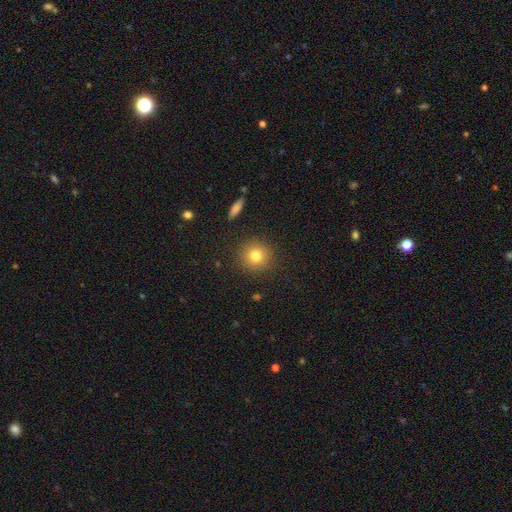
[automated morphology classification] Smooth or featured? Predicted: smooth (p=0.80). How rounded? Predicted: round (p=0.93). Merging? Predicted: none (p=0.90).